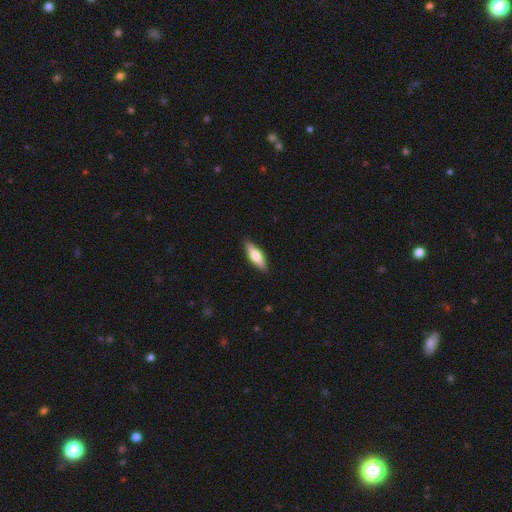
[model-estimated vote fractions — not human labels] A smooth galaxy with no disk features (63%) that is in between round and cigar-shaped (54%). Merging: none (89%).